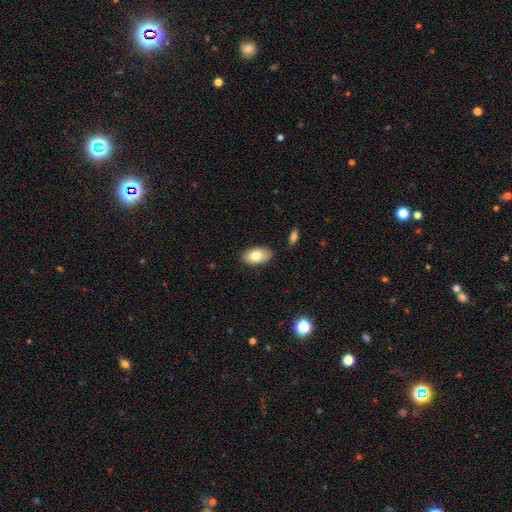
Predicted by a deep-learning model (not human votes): smooth-or-featured: smooth: 79% | featured or disk: 14% | star or artifact: 7%
  how-rounded: in between: 94% | round: 4% | cigar-shaped: 2%
  merging: none: 84% | minor disturbance: 12% | major disturbance: 2% | merger: 2%